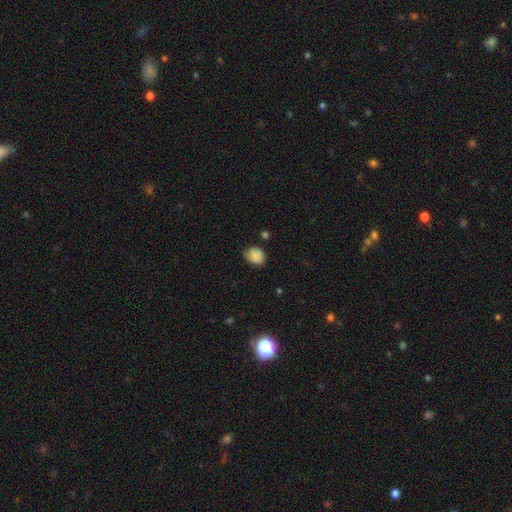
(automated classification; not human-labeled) smooth-or-featured: smooth: 85% | star or artifact: 9% | featured or disk: 7%
  how-rounded: round: 58% | in between: 42% | cigar-shaped: 1%
  merging: none: 63% | minor disturbance: 29% | major disturbance: 6% | merger: 2%